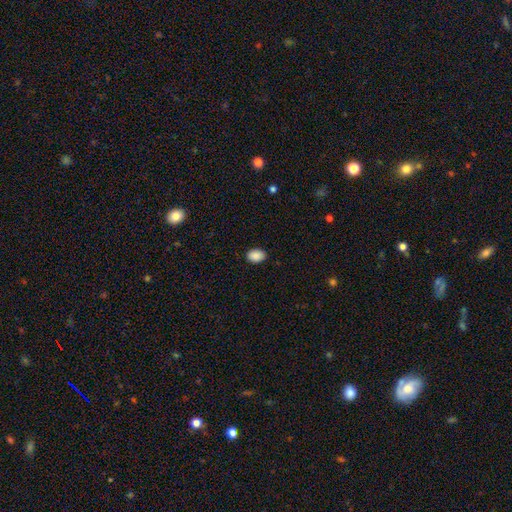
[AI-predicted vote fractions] A smooth galaxy with no disk features (89%) that is in between round and cigar-shaped (81%). Merging: none (88%).